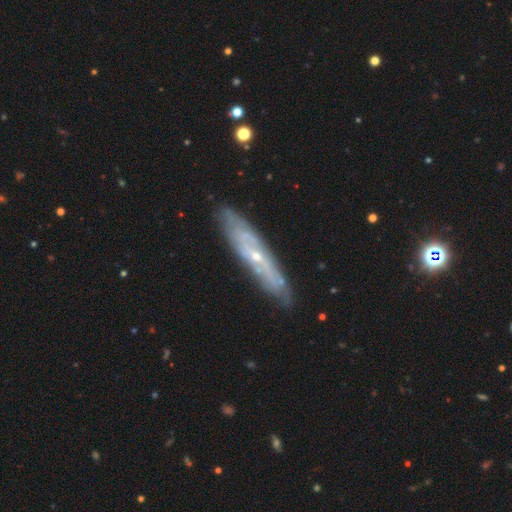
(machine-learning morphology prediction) A featured or disk galaxy (77%).

Vote fractions:
- Smooth or featured? featured or disk: 77% / smooth: 16% / star or artifact: 6%
- Edge-on disk? no: 58% / yes: 42%
- Merging? none: 82% / minor disturbance: 13% / major disturbance: 3% / merger: 2%